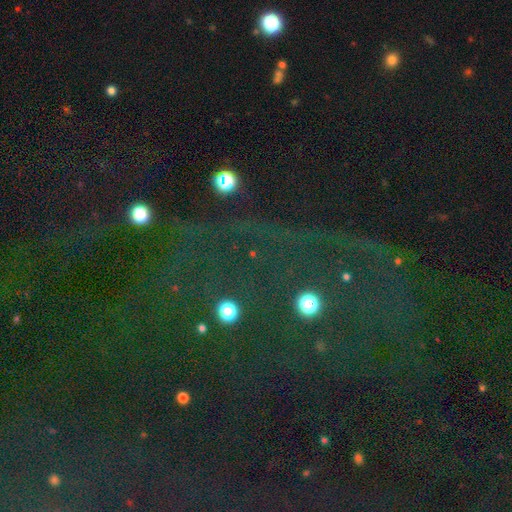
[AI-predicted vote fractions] star or artifact 81%, smooth 11%, featured or disk 8%.